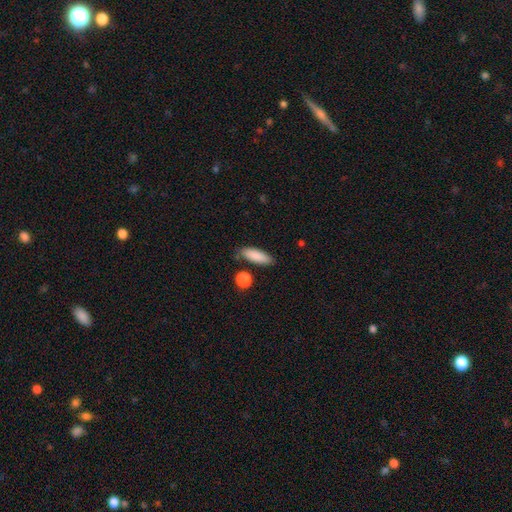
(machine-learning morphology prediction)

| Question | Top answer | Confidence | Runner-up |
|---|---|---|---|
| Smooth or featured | smooth | 87% | featured or disk (7%) |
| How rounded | in between | 56% | cigar-shaped (42%) |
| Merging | none | 80% | minor disturbance (13%) |